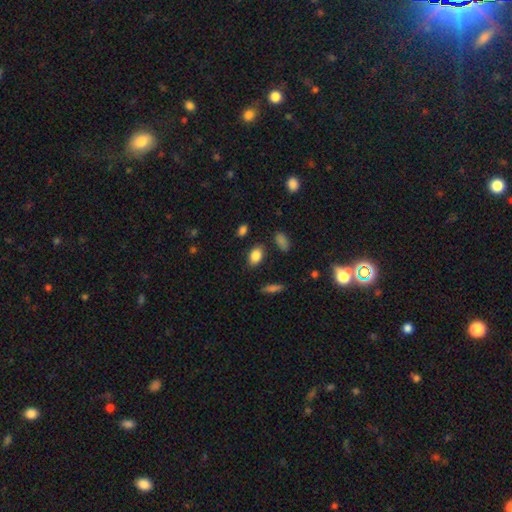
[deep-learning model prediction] Smooth or featured? smooth (85%)
How rounded? in between (85%)
Merging? none (84%)